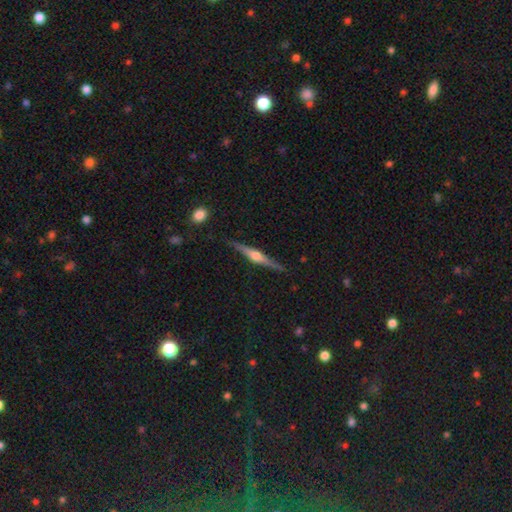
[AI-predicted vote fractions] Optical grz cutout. It shows a featured or disk galaxy (78%) viewed edge-on (98%) with a rounded central bulge (89%). Merging: none (87%).